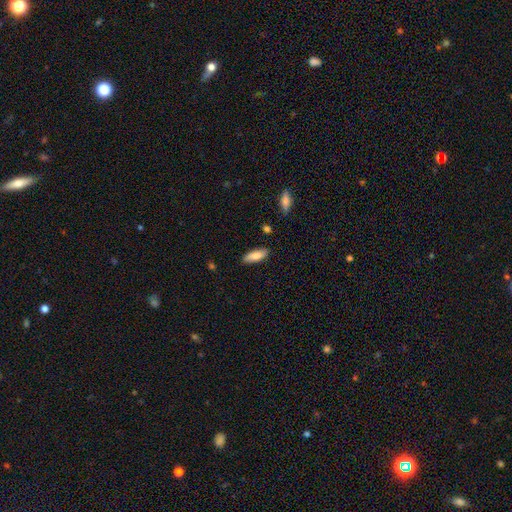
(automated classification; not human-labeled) Smooth or featured?
  - smooth: 82% *
  - featured or disk: 12%
  - star or artifact: 6%
How rounded?
  - in between: 65% *
  - cigar-shaped: 33%
  - round: 2%
Merging?
  - none: 86% *
  - minor disturbance: 10%
  - major disturbance: 2%
  - merger: 2%